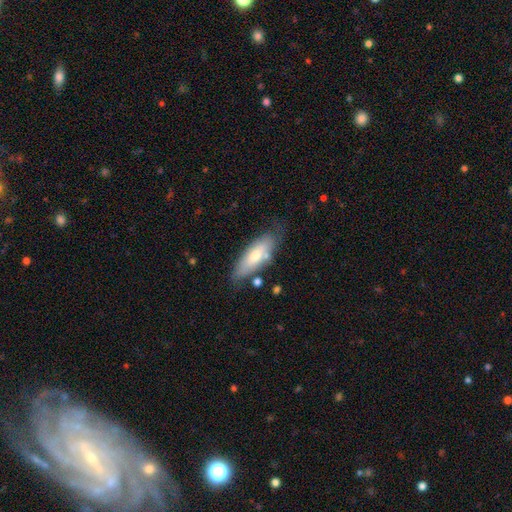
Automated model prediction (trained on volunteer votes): This is likely a smooth galaxy (64%). How rounded: likely in between (67%). Merging: likely none (62%).